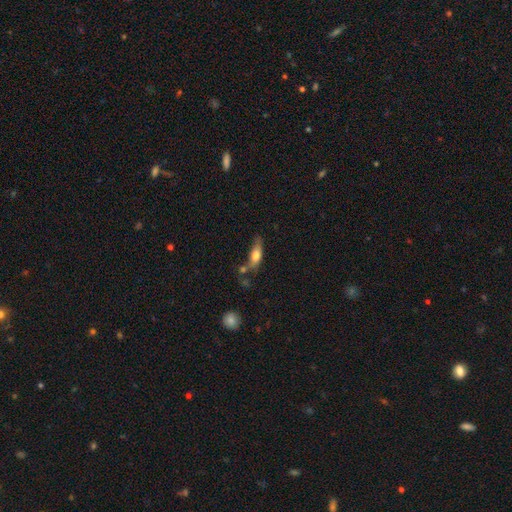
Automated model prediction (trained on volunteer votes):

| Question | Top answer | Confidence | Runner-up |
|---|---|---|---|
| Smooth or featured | smooth | 68% | featured or disk (24%) |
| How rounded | in between | 63% | cigar-shaped (33%) |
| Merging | none | 46% | minor disturbance (25%) |